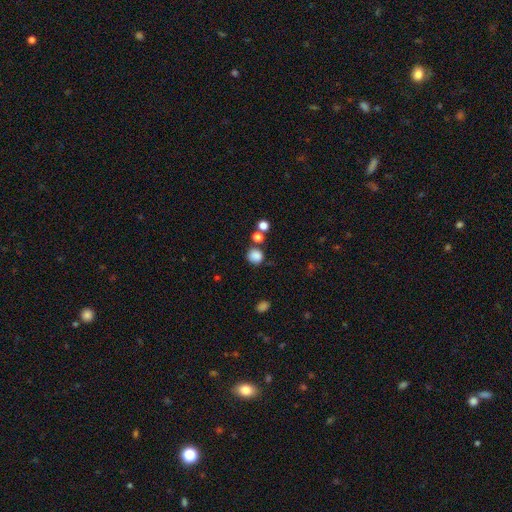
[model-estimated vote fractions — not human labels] Smooth or featured: smooth — 83% (star or artifact — 12%)
How rounded: round — 90% (in between — 9%)
Merging: none — 76% (merger — 10%)